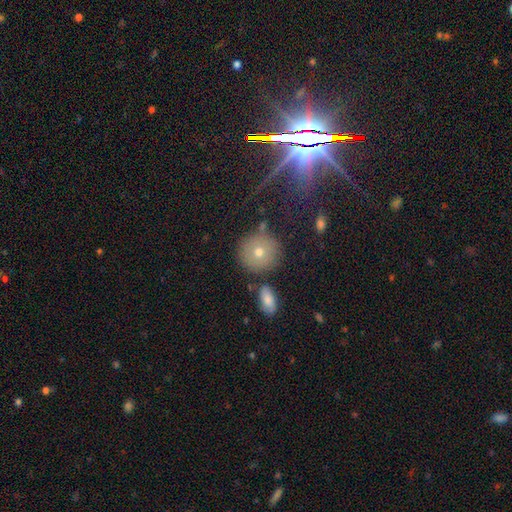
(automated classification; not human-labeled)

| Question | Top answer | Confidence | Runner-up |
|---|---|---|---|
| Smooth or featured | smooth | 69% | featured or disk (18%) |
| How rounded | round | 92% | in between (7%) |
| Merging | none | 80% | minor disturbance (10%) |